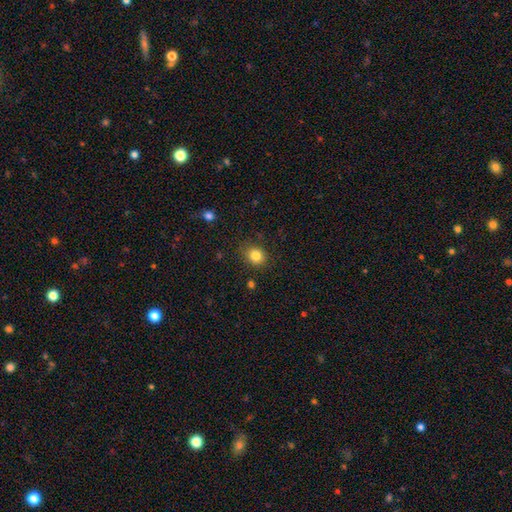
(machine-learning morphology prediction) This is clearly a smooth galaxy (83%). How rounded: likely round (74%). Merging: clearly none (83%).